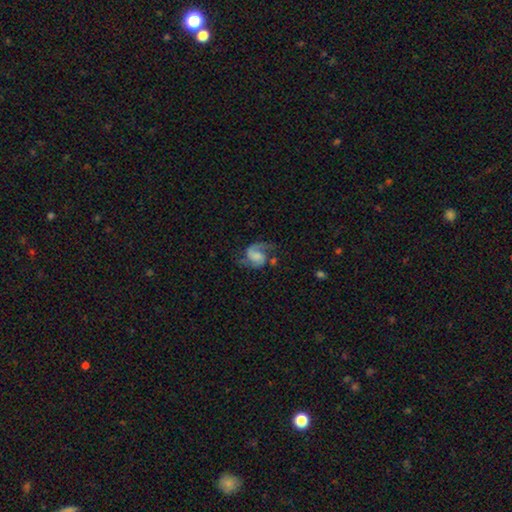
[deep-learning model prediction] The model was most divided on "bar": no: 50%, weak: 40%, strong: 10%. Remaining: edge-on disk — no (98%); spiral arms — yes (95%); smooth or featured — featured or disk (79%); spiral arm count — 2 (76%); merging — none (53%); spiral winding — medium (48%); bulge size — none (34%).